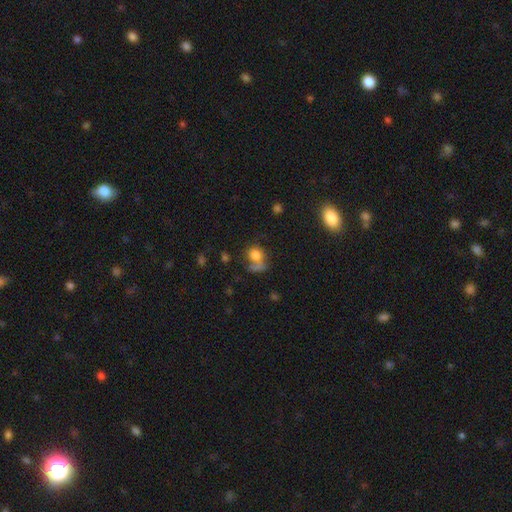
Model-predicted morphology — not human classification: A smooth galaxy with no disk features (71%) that is round (65%). Merging: none (37%).